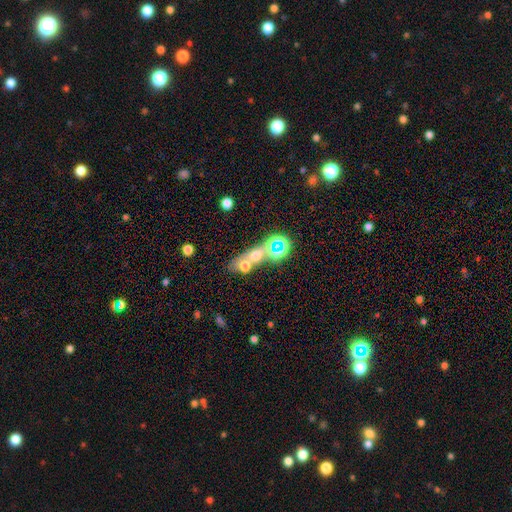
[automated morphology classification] This appears to be a smooth galaxy with no disk features (45%). Merging: merger (49%).